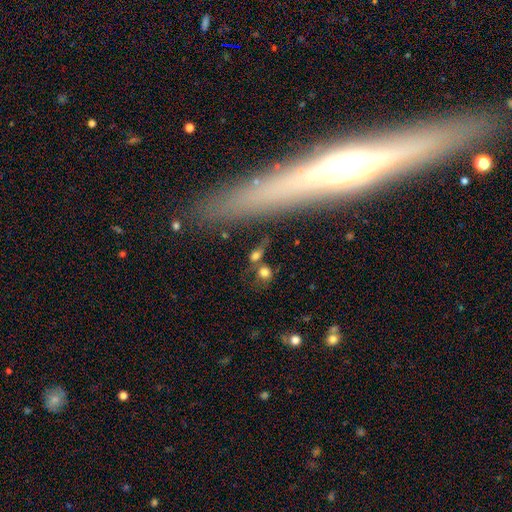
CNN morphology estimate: Q: Smooth or featured?
A: smooth (70%); runner-up: star or artifact (16%)
Q: How rounded?
A: round (70%); runner-up: in between (24%)
Q: Merging?
A: none (54%); runner-up: merger (25%)